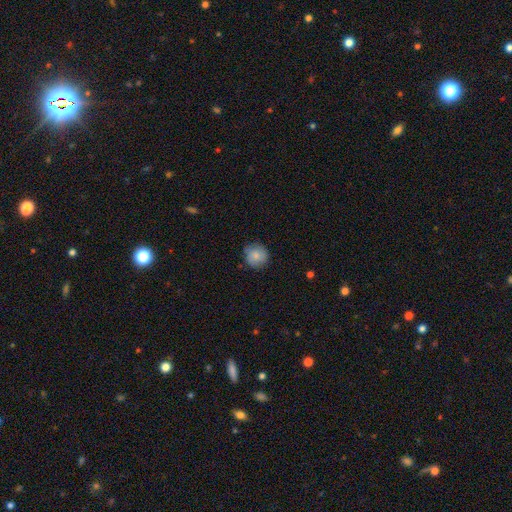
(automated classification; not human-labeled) Overall: smooth (82%). How rounded: round (91%). Merging: none (81%).